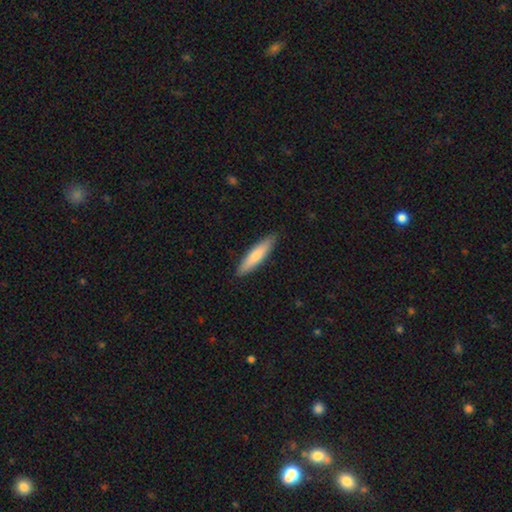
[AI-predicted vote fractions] A smooth galaxy with no disk features (77%) that is cigar-shaped (80%).

Vote fractions:
- Smooth or featured? smooth: 77% / featured or disk: 18% / star or artifact: 5%
- How rounded? cigar-shaped: 80% / in between: 18% / round: 1%
- Merging? none: 89% / minor disturbance: 8% / major disturbance: 2% / merger: 1%